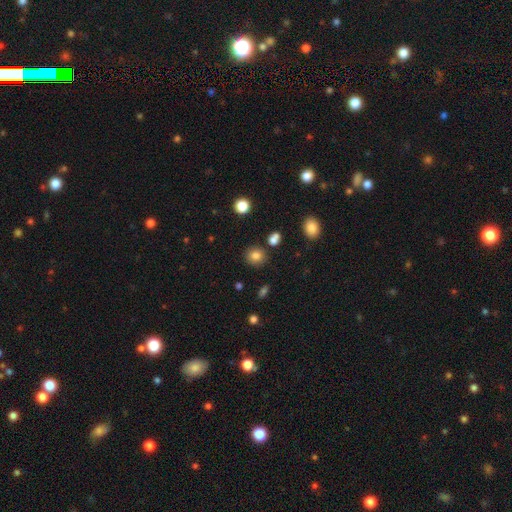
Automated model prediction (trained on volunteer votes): smooth_or_featured: smooth (p=0.81) [alt: star or artifact p=0.12]
how_rounded: round (p=0.84) [alt: in between p=0.15]
merging: none (p=0.85) [alt: minor disturbance p=0.08]